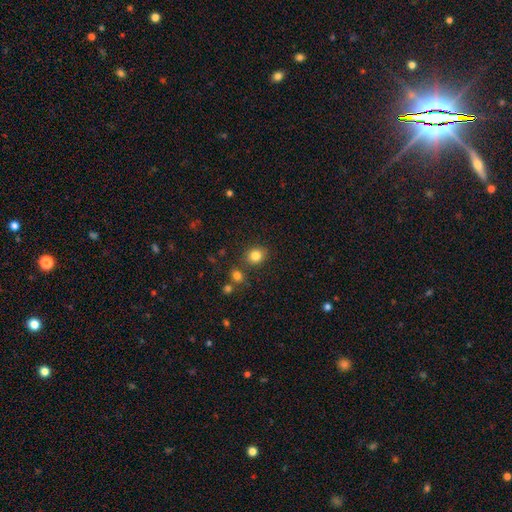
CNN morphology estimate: Smooth or featured?
  - smooth: 83% *
  - star or artifact: 11%
  - featured or disk: 6%
How rounded?
  - round: 69% *
  - in between: 30%
  - cigar-shaped: 1%
Merging?
  - none: 81% *
  - minor disturbance: 10%
  - merger: 6%
  - major disturbance: 3%